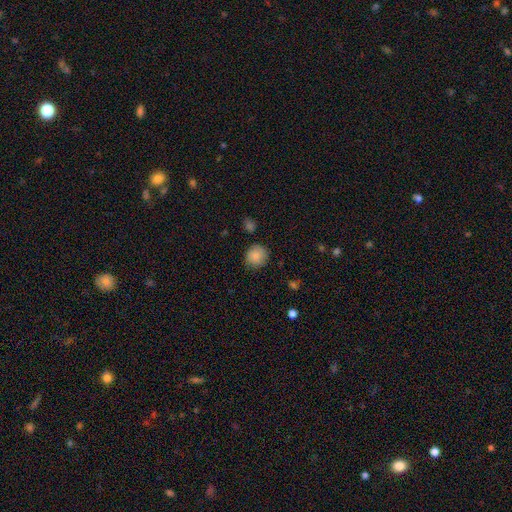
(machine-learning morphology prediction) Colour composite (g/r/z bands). It shows a smooth galaxy with no disk features (87%) that is round (87%). Merging: none (83%).